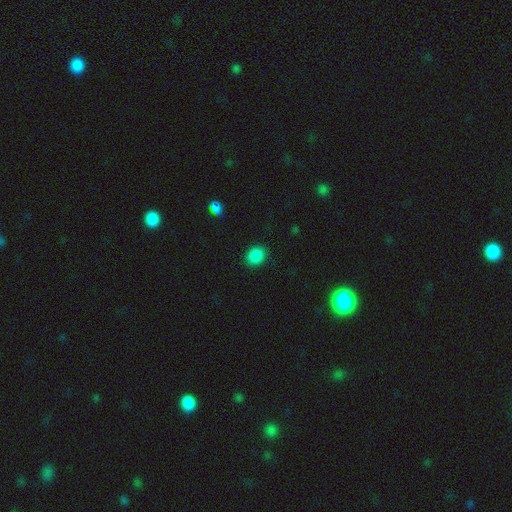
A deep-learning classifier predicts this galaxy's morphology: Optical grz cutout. It shows a smooth galaxy with no disk features (86%) that is round (56%). Merging: none (89%).